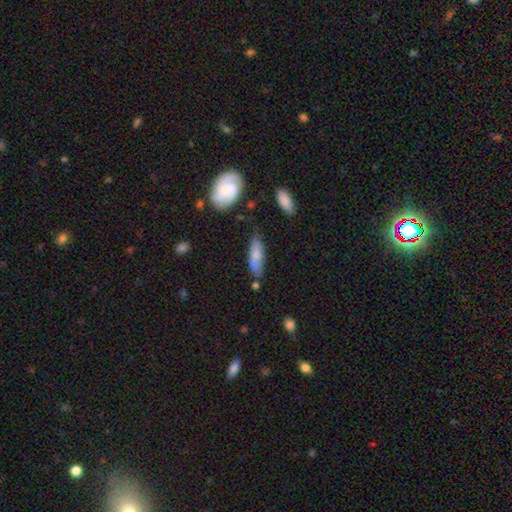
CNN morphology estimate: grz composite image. It shows a smooth galaxy with no disk features (62%) that is in between round and cigar-shaped (56%). Merging: none (65%).